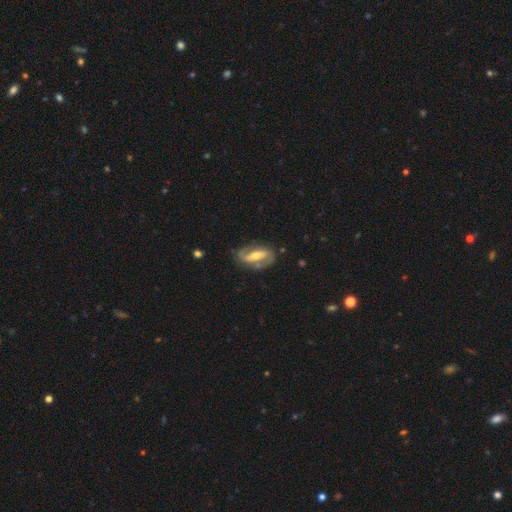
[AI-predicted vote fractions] A featured or disk galaxy (83%) with a strong bar (60%), 2 (88%) medium (44%) spiral arms (88%) and a moderate central bulge (62%). Merging: none (78%).